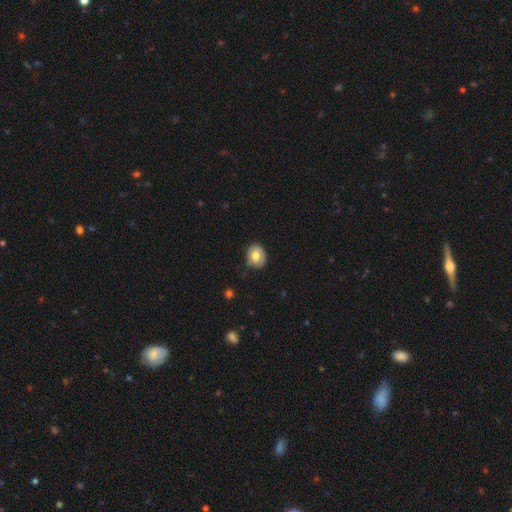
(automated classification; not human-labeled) The model was most divided on "how rounded": round: 52%, in between: 47%, cigar-shaped: 1%. More confident: merging — none (78%); smooth or featured — smooth (73%).